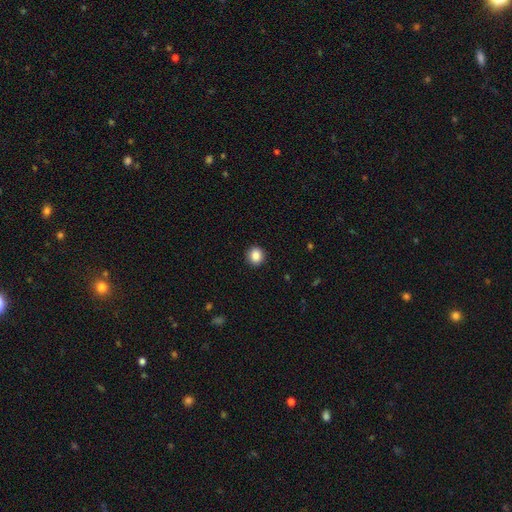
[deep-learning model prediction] Overall: smooth (87%). How rounded: round (87%). Merging: none (92%).